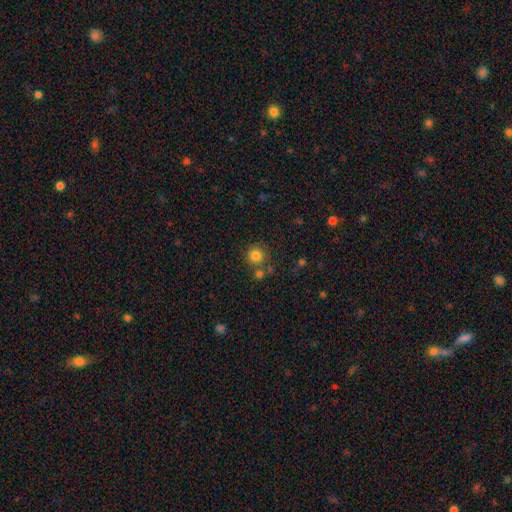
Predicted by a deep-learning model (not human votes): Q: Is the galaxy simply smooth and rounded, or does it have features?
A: smooth — 82%.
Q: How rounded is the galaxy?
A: round — 93%.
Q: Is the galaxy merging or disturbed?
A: none — 74%.